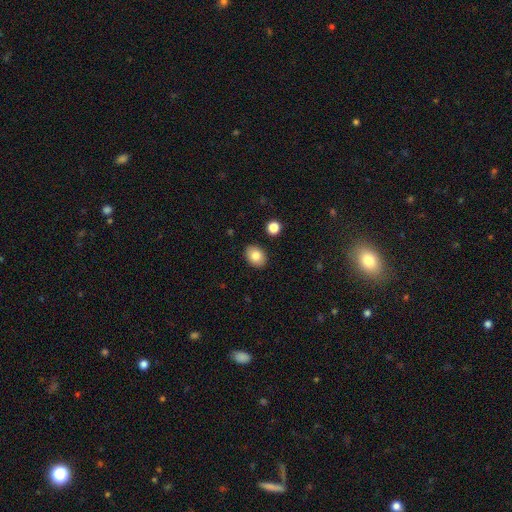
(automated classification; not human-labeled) Smooth or featured? smooth (83%)
How rounded? in between (69%)
Merging? none (89%)